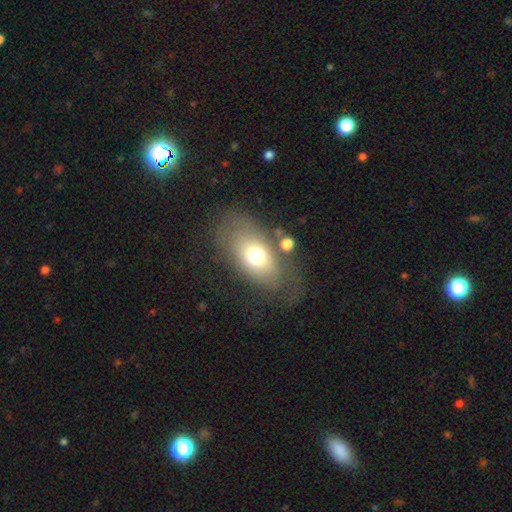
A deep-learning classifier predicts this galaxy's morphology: A smooth galaxy with no disk features (62%) that is in between round and cigar-shaped (84%). Merging: none (62%).